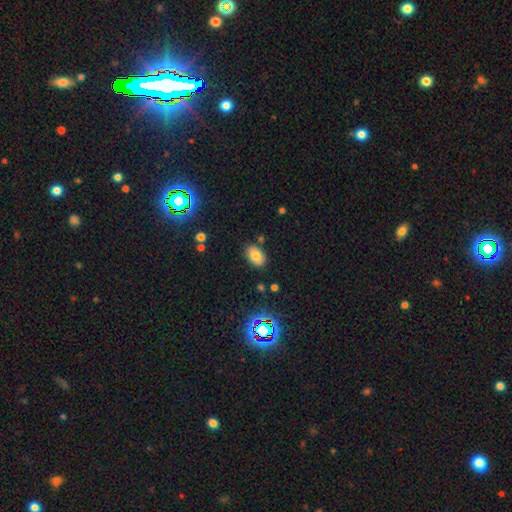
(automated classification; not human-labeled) The model was most divided on "smooth or featured": smooth: 75%, star or artifact: 13%, featured or disk: 12%. More confident: how rounded — in between (87%); merging — none (82%).